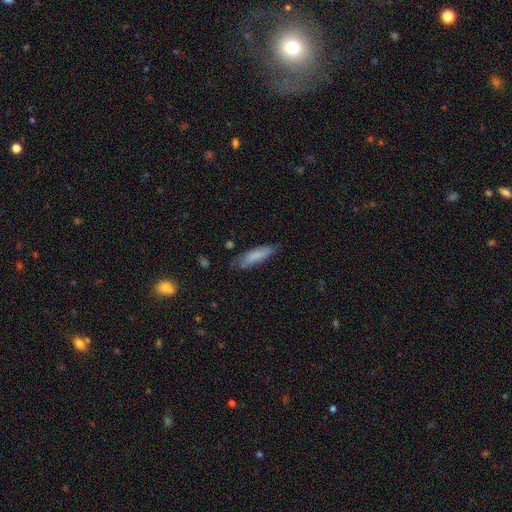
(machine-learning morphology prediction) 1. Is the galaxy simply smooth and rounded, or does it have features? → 74% smooth, 20% featured or disk, 7% star or artifact.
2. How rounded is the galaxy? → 60% cigar-shaped, 38% in between, 2% round.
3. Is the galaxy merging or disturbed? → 65% none, 26% minor disturbance, 7% major disturbance, 2% merger.